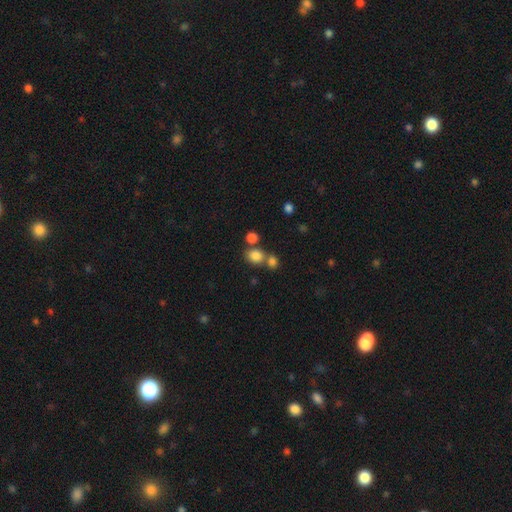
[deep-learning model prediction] smooth-or-featured: smooth: 82% | star or artifact: 12% | featured or disk: 6%
  how-rounded: round: 72% | in between: 27% | cigar-shaped: 1%
  merging: none: 57% | merger: 31% | minor disturbance: 9% | major disturbance: 4%